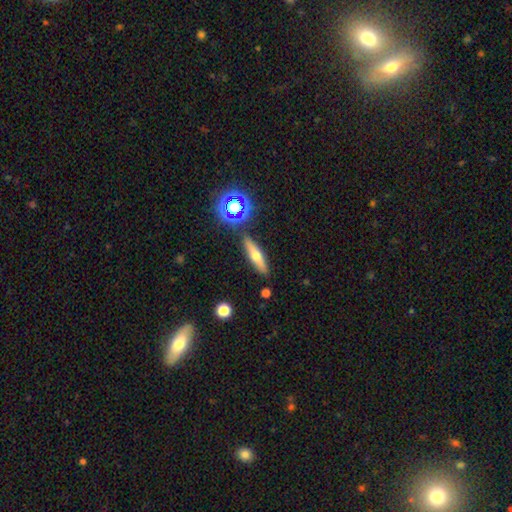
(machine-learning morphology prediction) The model was most divided on "smooth or featured": smooth: 49%, featured or disk: 40%, star or artifact: 11%. More confident: merging — none (86%).